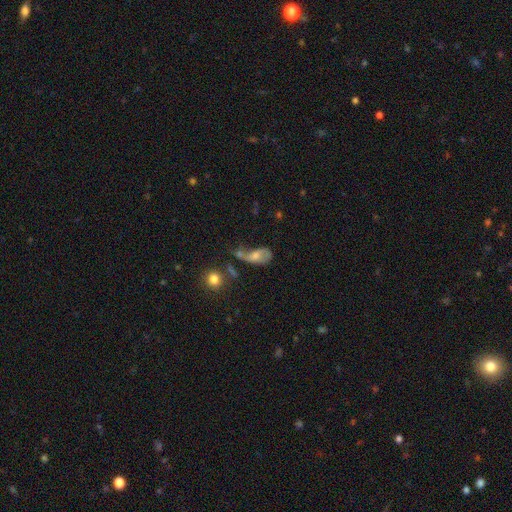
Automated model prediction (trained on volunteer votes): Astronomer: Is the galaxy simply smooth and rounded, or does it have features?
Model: smooth — 52% (runner-up: featured or disk, 36%).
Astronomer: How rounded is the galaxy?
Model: in between — 81%.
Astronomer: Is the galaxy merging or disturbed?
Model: major disturbance — 32% (runner-up: merger, 26%).